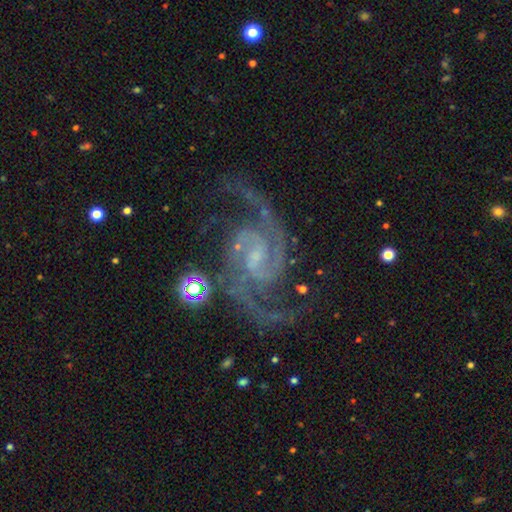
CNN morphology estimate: Smooth or featured? featured or disk (93%)
Edge-on disk? no (98%)
Bar? weak (52%)
Spiral arms? yes (99%)
Spiral winding? medium (62%)
Spiral arm count? 2 (86%)
Bulge size? small (63%)
Merging? none (72%)